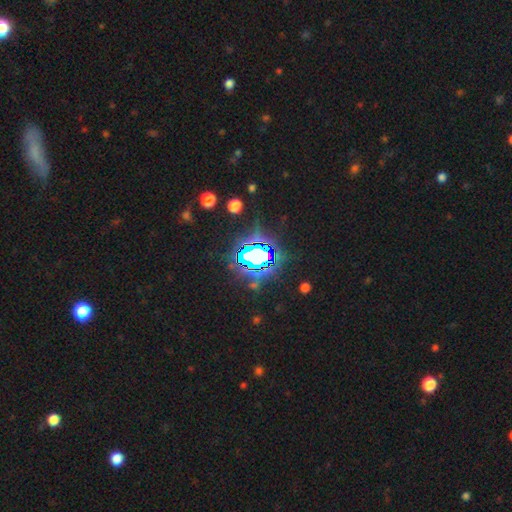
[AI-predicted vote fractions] Smooth or featured: star or artifact — 84% (smooth — 10%)